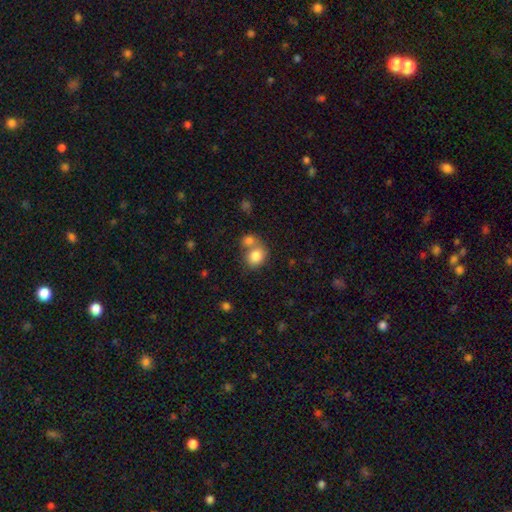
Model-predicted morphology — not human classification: Smooth or featured: smooth — 81% (featured or disk — 10%)
How rounded: round — 61% (in between — 38%)
Merging: merger — 47% (none — 39%)